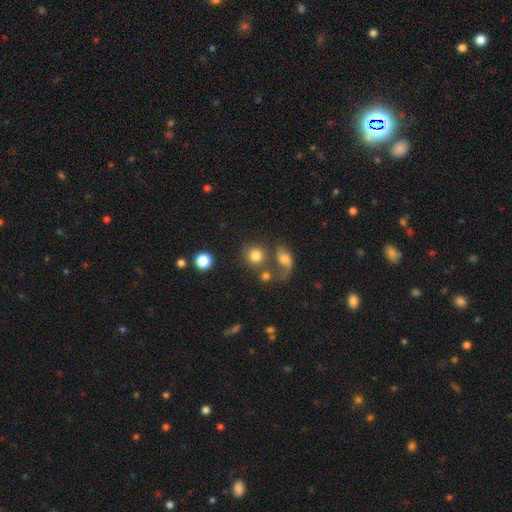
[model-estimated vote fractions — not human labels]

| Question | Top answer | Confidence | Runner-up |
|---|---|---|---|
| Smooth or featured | smooth | 79% | featured or disk (11%) |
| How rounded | round | 87% | in between (12%) |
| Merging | none | 59% | merger (23%) |